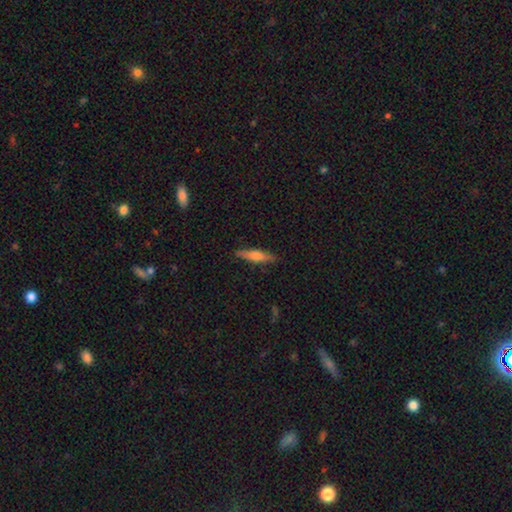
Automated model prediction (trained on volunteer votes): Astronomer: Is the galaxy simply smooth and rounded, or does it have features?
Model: smooth — 55% (runner-up: featured or disk, 38%).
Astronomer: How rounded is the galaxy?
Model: cigar-shaped — 80%.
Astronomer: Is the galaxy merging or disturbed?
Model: none — 87%.